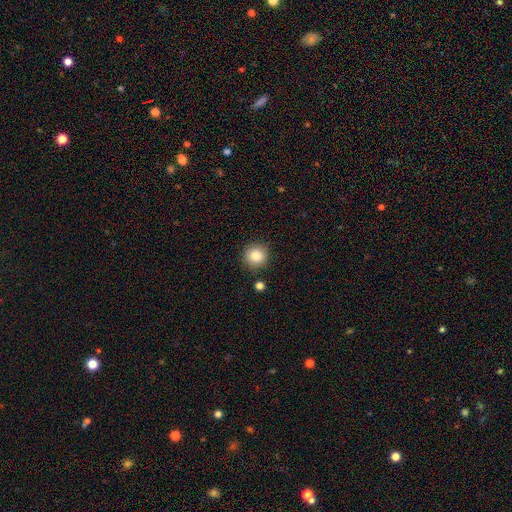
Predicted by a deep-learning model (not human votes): The model was most divided on "smooth or featured": smooth: 84%, star or artifact: 10%, featured or disk: 6%. More confident: how rounded — round (94%); merging — none (87%).